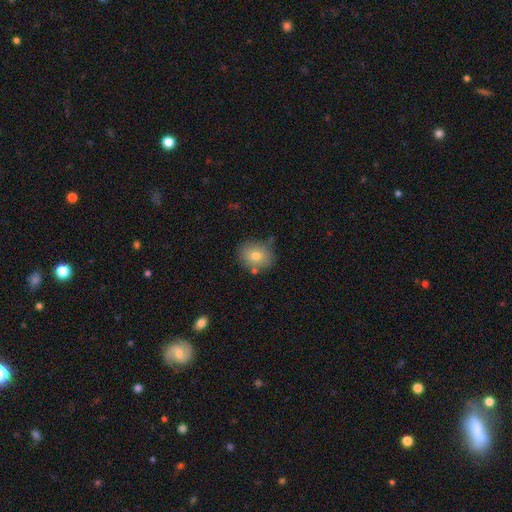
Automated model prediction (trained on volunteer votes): Smooth or featured? Predicted: smooth (p=0.75). How rounded? Predicted: round (p=0.64). Merging? Predicted: none (p=0.75).